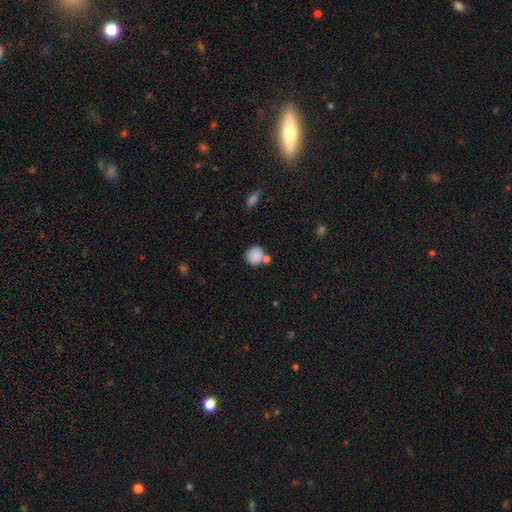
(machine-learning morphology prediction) smooth_or_featured: smooth (p=0.86) [alt: star or artifact p=0.08]
how_rounded: round (p=0.85) [alt: in between p=0.14]
merging: none (p=0.63) [alt: merger p=0.19]